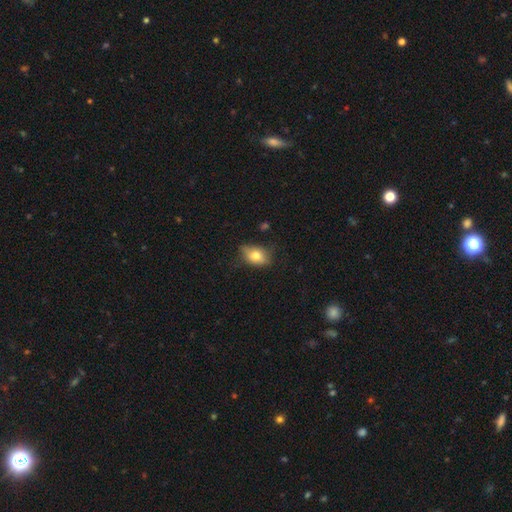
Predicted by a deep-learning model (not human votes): smooth-or-featured: smooth: 73% | featured or disk: 18% | star or artifact: 9%
  how-rounded: in between: 77% | round: 20% | cigar-shaped: 3%
  merging: none: 63% | minor disturbance: 28% | major disturbance: 7% | merger: 2%